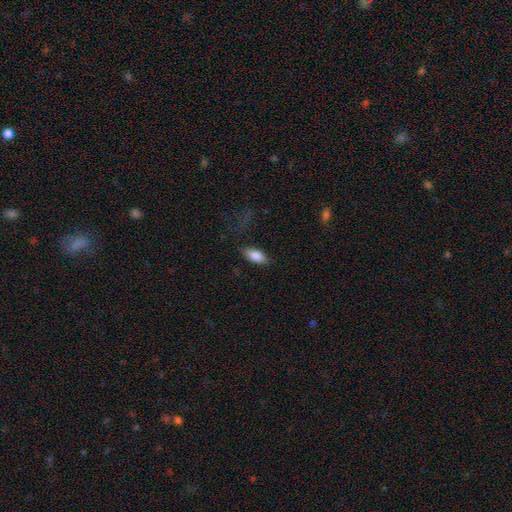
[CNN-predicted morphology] Smooth or featured? smooth (86%)
How rounded? in between (90%)
Merging? none (81%)